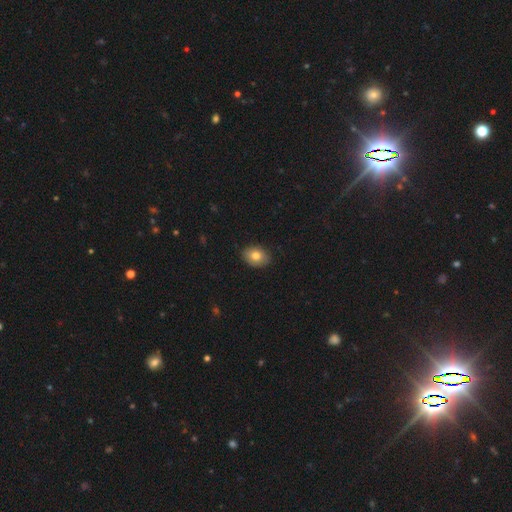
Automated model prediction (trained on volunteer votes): A smooth galaxy with no disk features (80%) that is in between round and cigar-shaped (70%). Merging: none (88%).